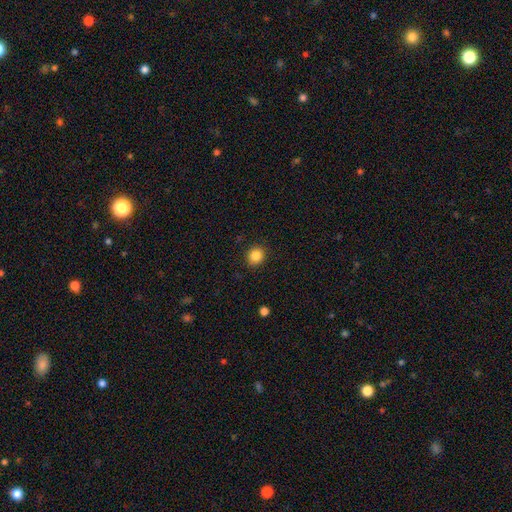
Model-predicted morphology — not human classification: Smooth or featured: smooth — 86% (star or artifact — 10%)
How rounded: round — 80% (in between — 19%)
Merging: none — 90% (minor disturbance — 7%)